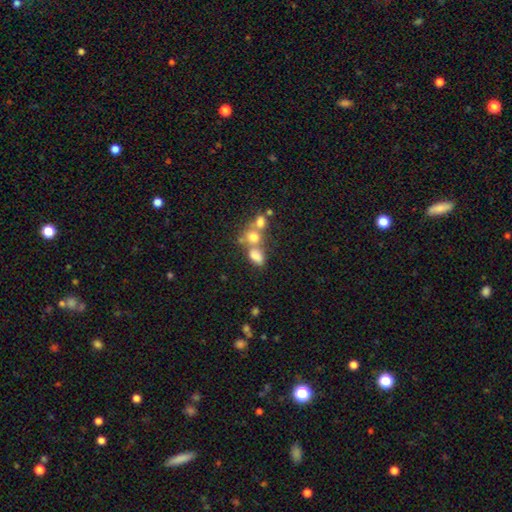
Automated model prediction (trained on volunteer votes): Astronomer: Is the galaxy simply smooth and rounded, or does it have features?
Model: smooth — 71%.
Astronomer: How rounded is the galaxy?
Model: in between — 72%.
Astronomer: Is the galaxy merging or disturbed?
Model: merger — 51% (runner-up: none, 32%).